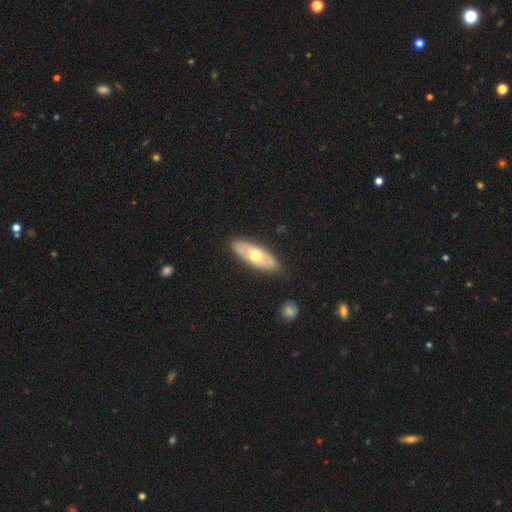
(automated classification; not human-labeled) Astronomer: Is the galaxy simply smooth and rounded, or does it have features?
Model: featured or disk — 50% (runner-up: smooth, 45%).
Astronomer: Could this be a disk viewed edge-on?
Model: no — 75%.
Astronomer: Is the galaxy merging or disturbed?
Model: none — 84%.